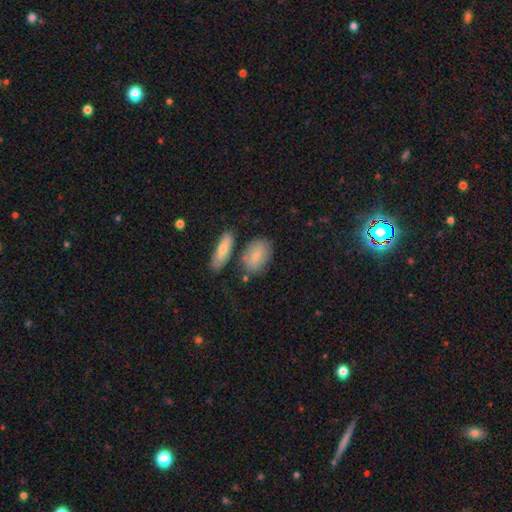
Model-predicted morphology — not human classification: Overall: smooth (77%). How rounded: in between (84%). Merging: none (61%).